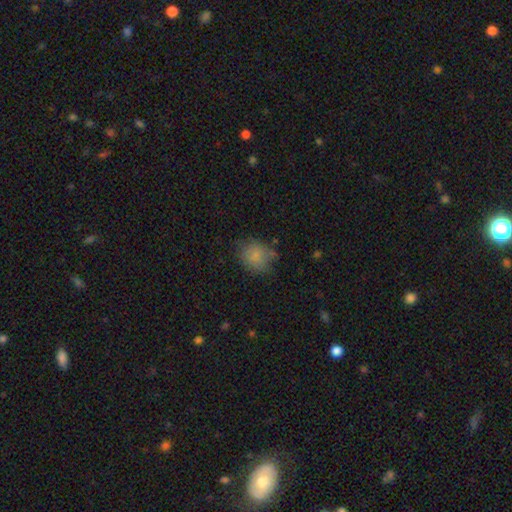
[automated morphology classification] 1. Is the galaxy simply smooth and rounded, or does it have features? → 81% smooth, 10% star or artifact, 9% featured or disk.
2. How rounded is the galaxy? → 68% round, 31% in between, 1% cigar-shaped.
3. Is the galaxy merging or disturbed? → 67% none, 23% minor disturbance, 7% major disturbance, 3% merger.